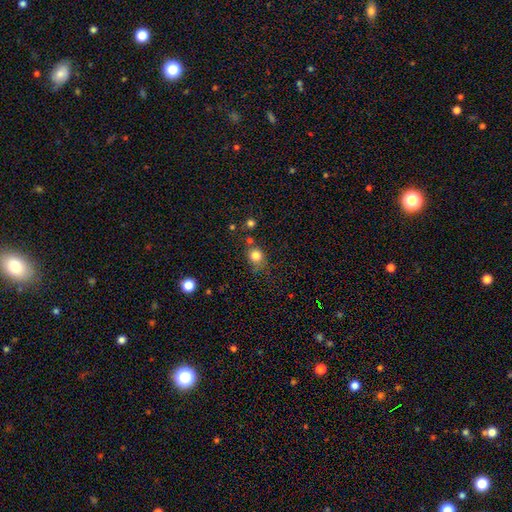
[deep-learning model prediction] This is clearly a smooth galaxy (81%). How rounded: likely round (79%). Merging: likely none (66%).